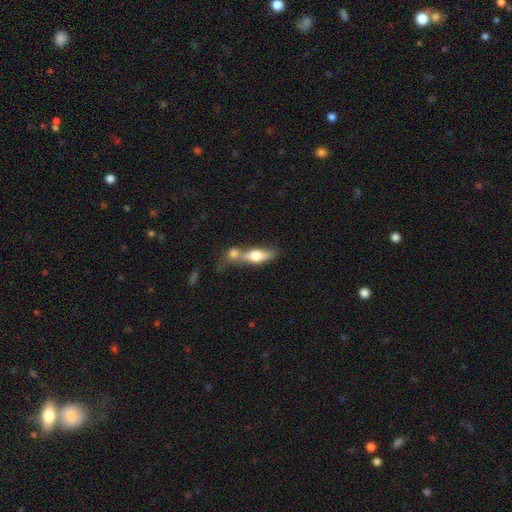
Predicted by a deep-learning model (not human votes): Smooth or featured? Predicted: smooth (p=0.60). How rounded? Predicted: in between (p=0.58). Merging? Predicted: merger (p=0.61).